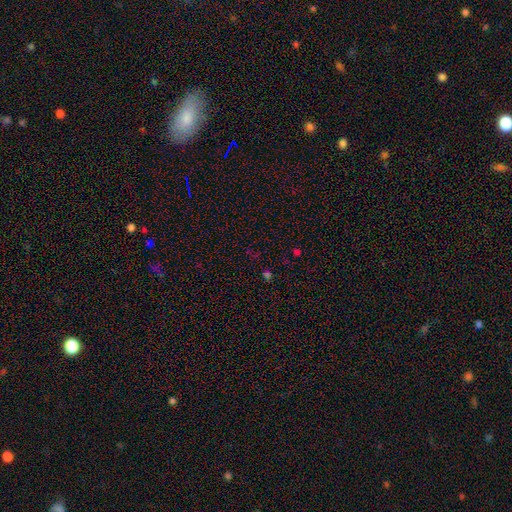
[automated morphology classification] Overall: star or artifact (56%; smooth 36%).